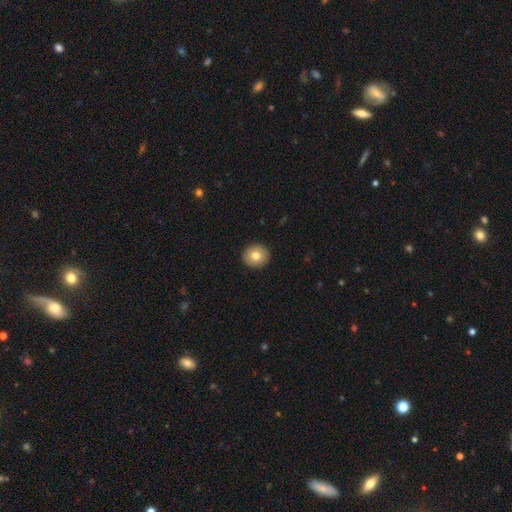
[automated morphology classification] type=smooth (79%); roundness=round (89%); merging=none (93%).